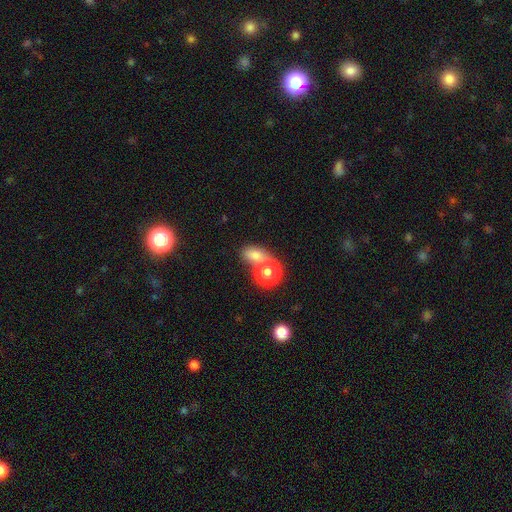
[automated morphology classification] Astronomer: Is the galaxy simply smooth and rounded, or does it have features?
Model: smooth — 71%.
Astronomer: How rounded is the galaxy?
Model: in between — 60% (runner-up: round, 37%).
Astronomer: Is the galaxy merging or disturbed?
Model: none — 48% (runner-up: merger, 38%).